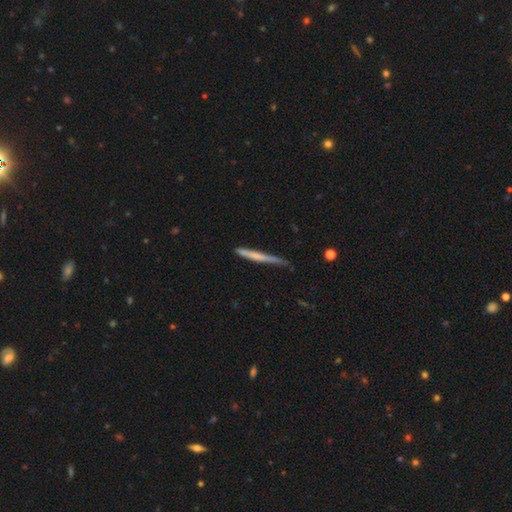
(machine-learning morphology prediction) This appears to be a smooth galaxy with no disk features (57%) that is cigar-shaped (96%). Merging: none (66%).